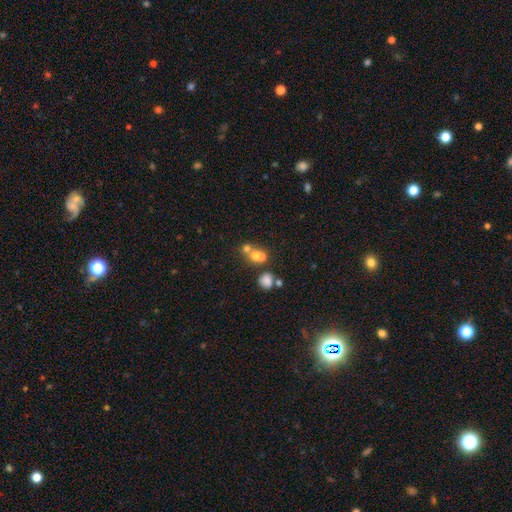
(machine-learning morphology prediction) smooth_or_featured: smooth (p=0.62) [alt: featured or disk p=0.21]
how_rounded: round (p=0.76) [alt: in between p=0.23]
merging: merger (p=0.56) [alt: none p=0.34]